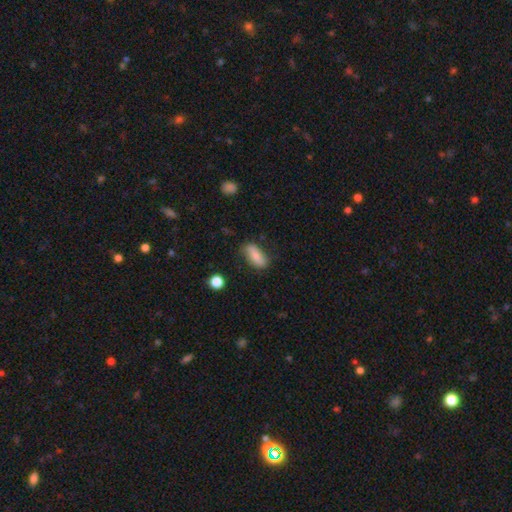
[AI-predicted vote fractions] Smooth or featured?
  - smooth: 71% *
  - featured or disk: 21%
  - star or artifact: 8%
How rounded?
  - in between: 77% *
  - cigar-shaped: 19%
  - round: 4%
Merging?
  - none: 68% *
  - minor disturbance: 23%
  - major disturbance: 6%
  - merger: 2%